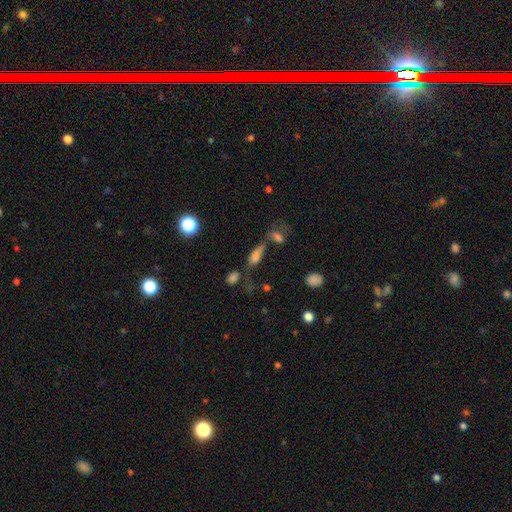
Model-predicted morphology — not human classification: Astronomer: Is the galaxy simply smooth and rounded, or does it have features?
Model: smooth — 55%.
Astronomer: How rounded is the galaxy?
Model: in between — 57%.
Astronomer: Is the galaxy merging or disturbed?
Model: none — 40% (runner-up: merger, 32%).